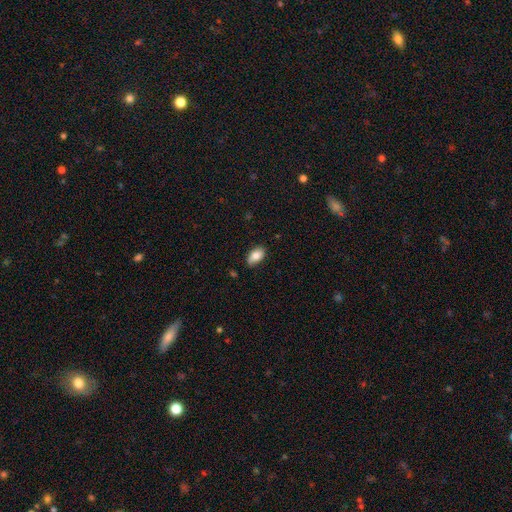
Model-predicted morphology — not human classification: Smooth or featured?
  - smooth: 82% *
  - featured or disk: 11%
  - star or artifact: 7%
How rounded?
  - in between: 93% *
  - round: 5%
  - cigar-shaped: 2%
Merging?
  - none: 83% *
  - minor disturbance: 13%
  - major disturbance: 2%
  - merger: 1%